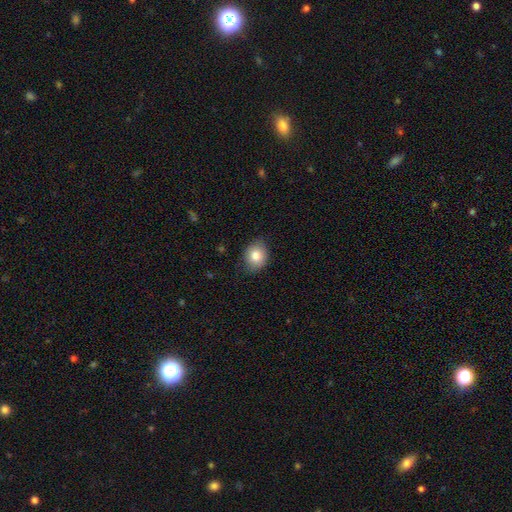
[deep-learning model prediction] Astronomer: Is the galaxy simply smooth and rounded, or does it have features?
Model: smooth — 82%.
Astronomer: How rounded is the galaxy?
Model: round — 57% (runner-up: in between, 43%).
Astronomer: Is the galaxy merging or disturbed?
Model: none — 82%.